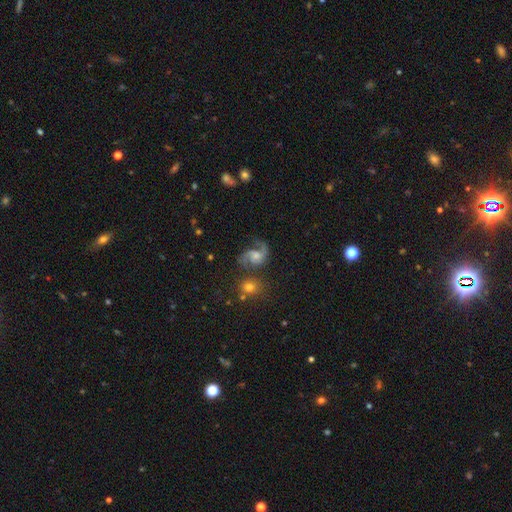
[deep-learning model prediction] Smooth or featured?
  - featured or disk: 86% *
  - smooth: 8%
  - star or artifact: 7%
Edge-on disk?
  - no: 98% *
  - yes: 2%
Bar?
  - no: 58% *
  - weak: 36%
  - strong: 6%
Spiral arms?
  - yes: 97% *
  - no: 3%
Spiral winding?
  - medium: 51% *
  - loose: 36%
  - tight: 13%
Spiral arm count?
  - 2: 86% *
  - 1: 5%
  - can't tell: 3%
  - 3: 3%
  - 4: 1%
  - more than 4: 1%
Bulge size?
  - moderate: 41% *
  - small: 36%
  - none: 12%
  - large: 8%
  - dominant: 2%
Merging?
  - none: 56% *
  - minor disturbance: 19%
  - major disturbance: 16%
  - merger: 8%